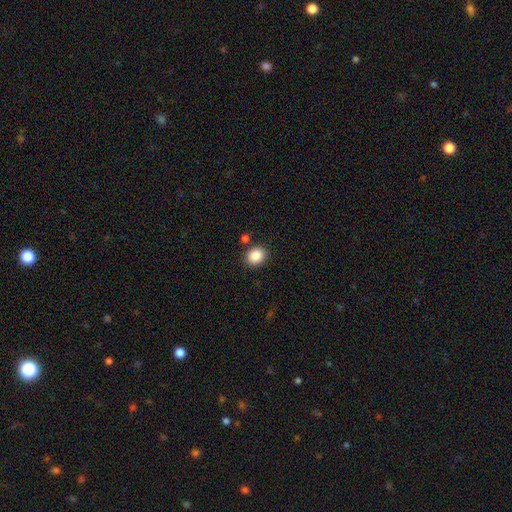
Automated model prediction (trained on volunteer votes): A smooth galaxy with no disk features (87%) that is round (65%).

Vote fractions:
- Smooth or featured? smooth: 87% / star or artifact: 9% / featured or disk: 4%
- How rounded? round: 65% / in between: 34% / cigar-shaped: 1%
- Merging? none: 84% / minor disturbance: 9% / merger: 5% / major disturbance: 3%